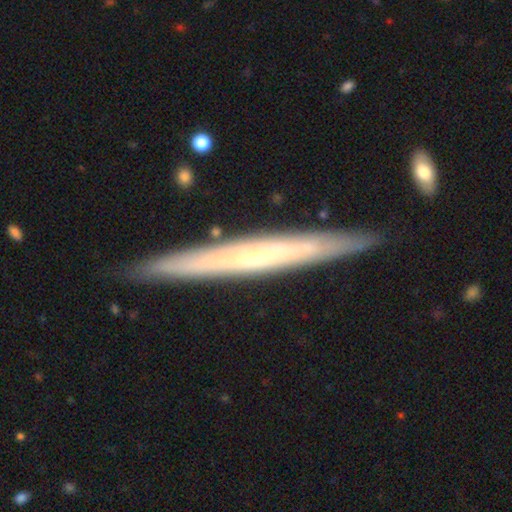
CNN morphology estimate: A featured or disk galaxy (66%) viewed edge-on (93%) with no central bulge (65%). Merging: none (89%).